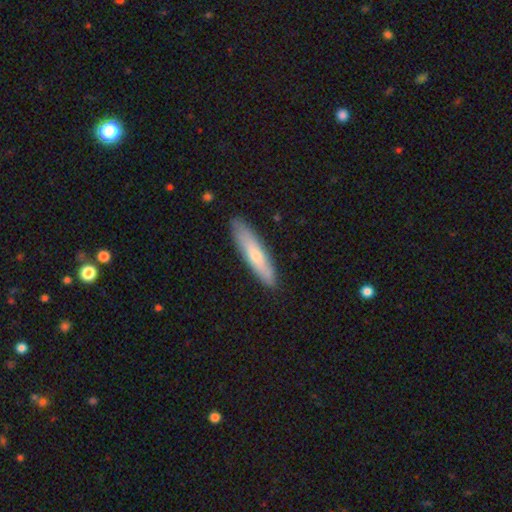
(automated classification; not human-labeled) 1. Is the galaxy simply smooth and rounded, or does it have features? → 66% smooth, 29% featured or disk, 5% star or artifact.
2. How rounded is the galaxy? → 83% cigar-shaped, 16% in between, 1% round.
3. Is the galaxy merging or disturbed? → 86% none, 11% minor disturbance, 2% major disturbance, 1% merger.